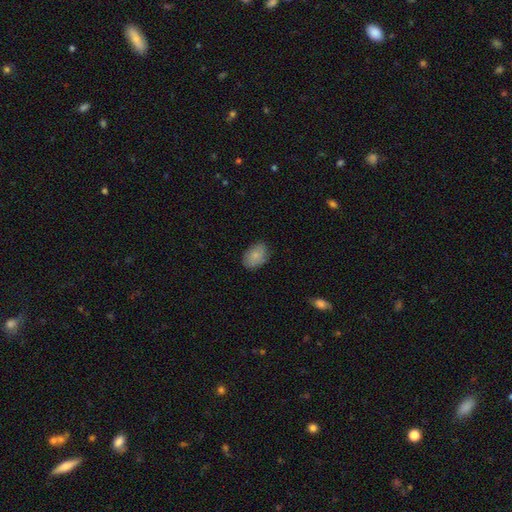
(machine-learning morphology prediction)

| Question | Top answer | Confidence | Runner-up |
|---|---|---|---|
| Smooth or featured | smooth | 81% | featured or disk (12%) |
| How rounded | in between | 82% | round (16%) |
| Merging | none | 80% | minor disturbance (16%) |